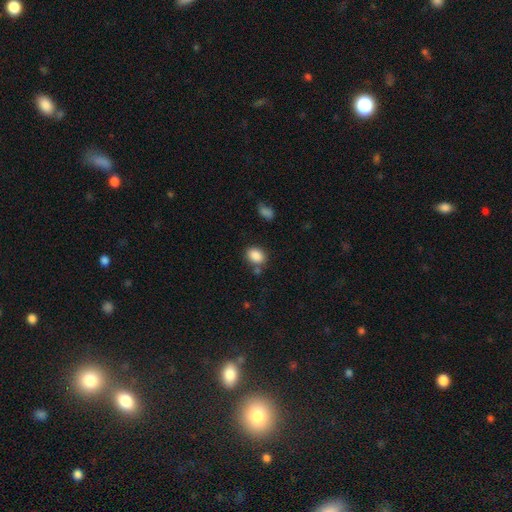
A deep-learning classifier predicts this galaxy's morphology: Smooth or featured? smooth (87%)
How rounded? in between (64%)
Merging? none (72%)